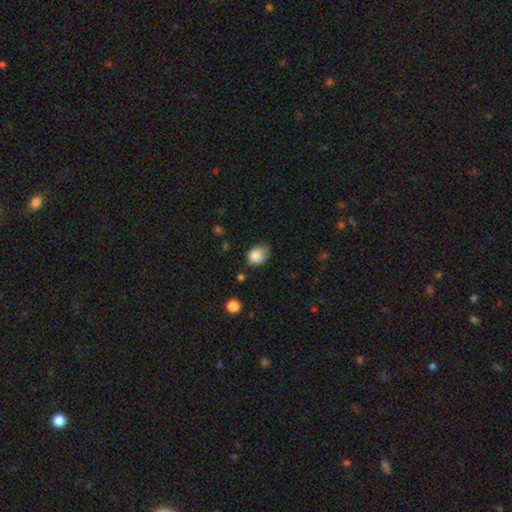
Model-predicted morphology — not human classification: Q: Smooth or featured?
A: smooth (84%); runner-up: star or artifact (9%)
Q: How rounded?
A: in between (55%); runner-up: round (44%)
Q: Merging?
A: none (50%); runner-up: minor disturbance (39%)